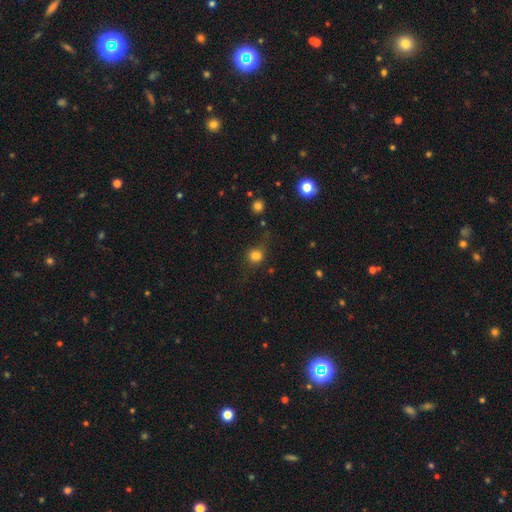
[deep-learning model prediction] Smooth or featured? Predicted: smooth (p=0.80). How rounded? Predicted: round (p=0.79). Merging? Predicted: none (p=0.67).